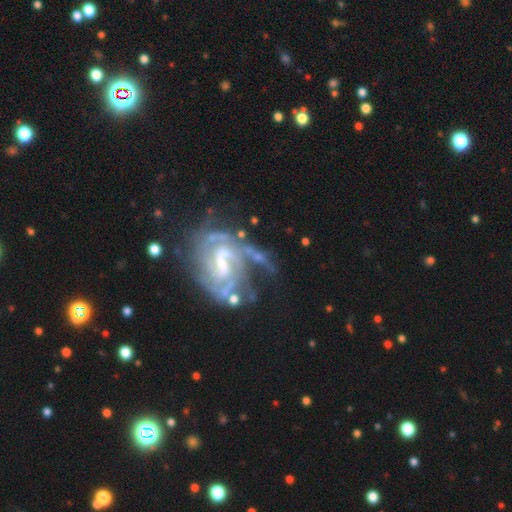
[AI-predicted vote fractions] The model was most divided on "spiral winding" (2-way tie): medium: 43%, tight: 43%, loose: 14%. Remaining: edge-on disk — no (97%); spiral arms — yes (93%); smooth or featured — featured or disk (86%); bar — weak (51%); spiral arm count — 2 (49%); merging — none (45%); bulge size — small (40%).